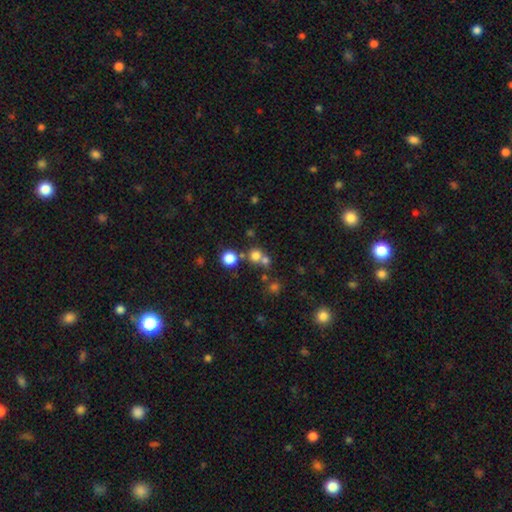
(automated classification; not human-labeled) Overall: smooth (71%). How rounded: round (90%). Merging: none (59%; merger 31%).